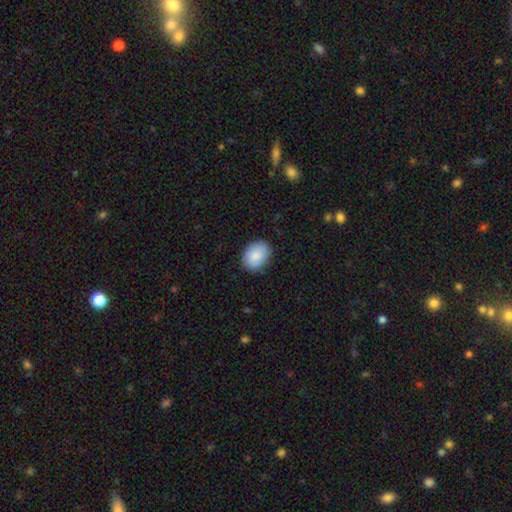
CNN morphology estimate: The model was most divided on "how rounded": in between: 69%, round: 30%, cigar-shaped: 1%. More confident: smooth or featured — smooth (86%); merging — none (86%).